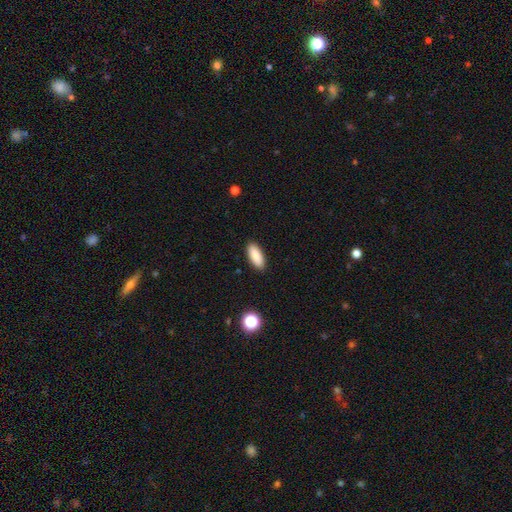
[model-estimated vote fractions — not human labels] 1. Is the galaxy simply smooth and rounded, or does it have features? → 87% smooth, 7% star or artifact, 6% featured or disk.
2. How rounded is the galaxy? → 78% in between, 20% cigar-shaped, 2% round.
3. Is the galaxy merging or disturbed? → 90% none, 7% minor disturbance, 2% major disturbance, 1% merger.